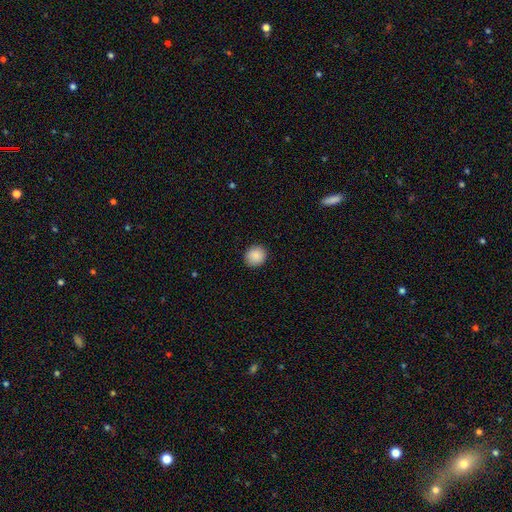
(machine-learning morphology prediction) Smooth or featured? Predicted: smooth (p=0.88). How rounded? Predicted: round (p=0.83). Merging? Predicted: none (p=0.91).